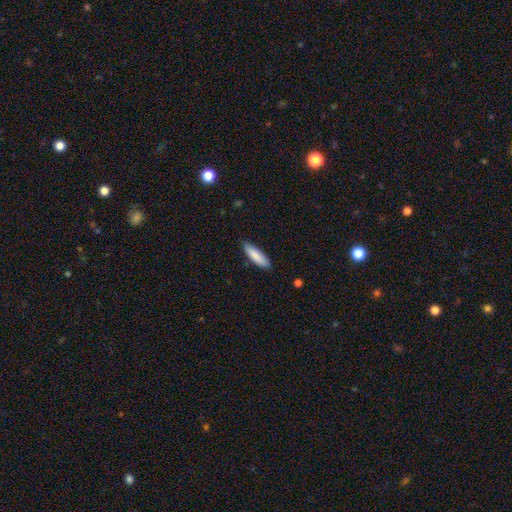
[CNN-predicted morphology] smooth-or-featured: smooth: 86% | featured or disk: 9% | star or artifact: 6%
  how-rounded: cigar-shaped: 58% | in between: 41% | round: 1%
  merging: none: 86% | minor disturbance: 11% | major disturbance: 2% | merger: 1%